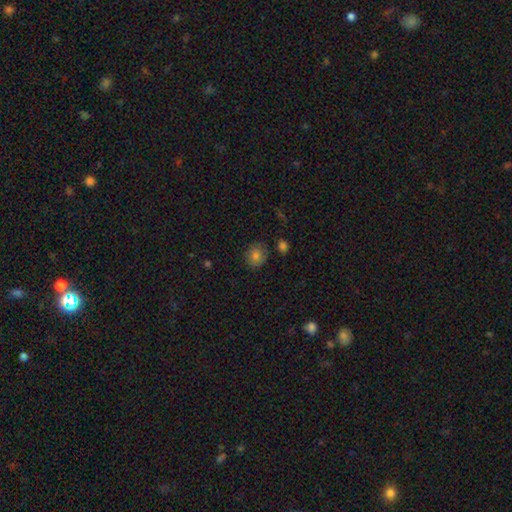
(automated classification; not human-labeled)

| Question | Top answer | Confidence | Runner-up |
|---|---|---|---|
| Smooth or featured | smooth | 81% | star or artifact (12%) |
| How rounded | round | 76% | in between (23%) |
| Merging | none | 82% | minor disturbance (12%) |